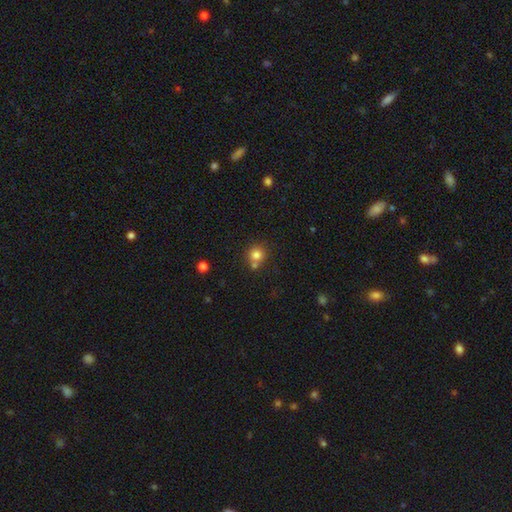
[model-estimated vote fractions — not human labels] Overall: smooth (79%). How rounded: round (90%). Merging: none (61%; merger 26%).